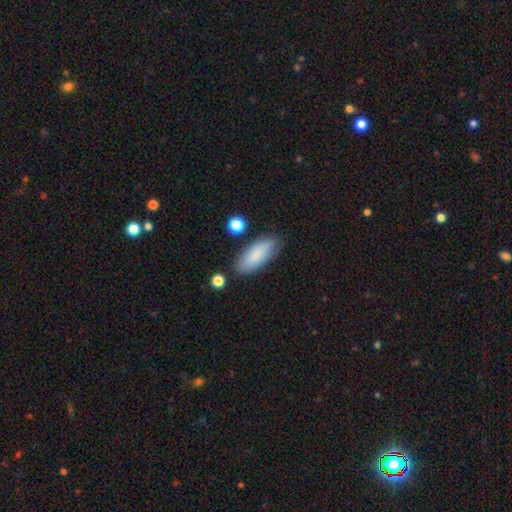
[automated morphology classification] This is clearly a smooth galaxy (83%). How rounded: likely in between (78%). Merging: likely none (79%).